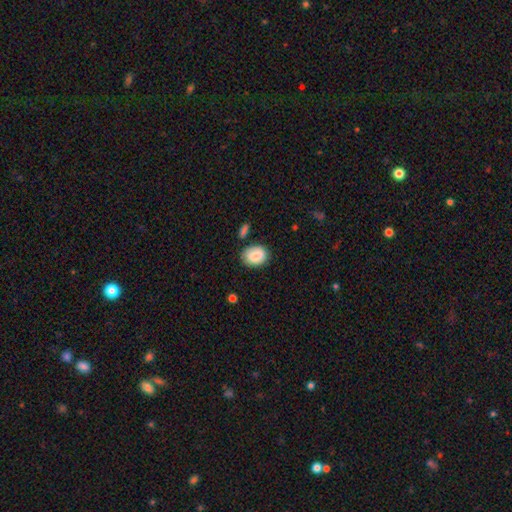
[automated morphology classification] Smooth or featured: smooth — 73% (featured or disk — 20%)
How rounded: in between — 61% (round — 38%)
Merging: none — 71% (minor disturbance — 18%)